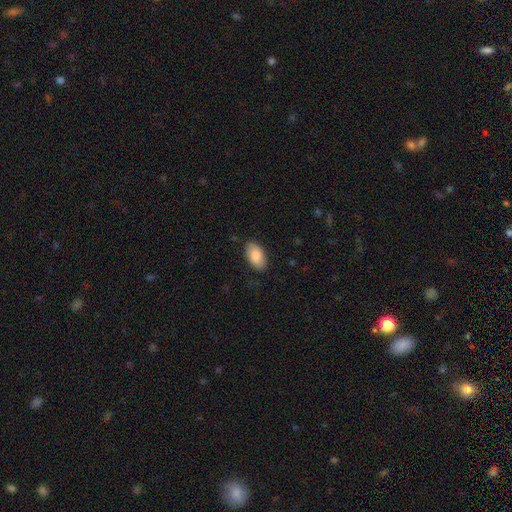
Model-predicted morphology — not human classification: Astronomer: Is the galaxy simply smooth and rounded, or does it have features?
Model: smooth — 87%.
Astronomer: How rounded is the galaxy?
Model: in between — 95%.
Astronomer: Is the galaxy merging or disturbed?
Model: none — 83%.